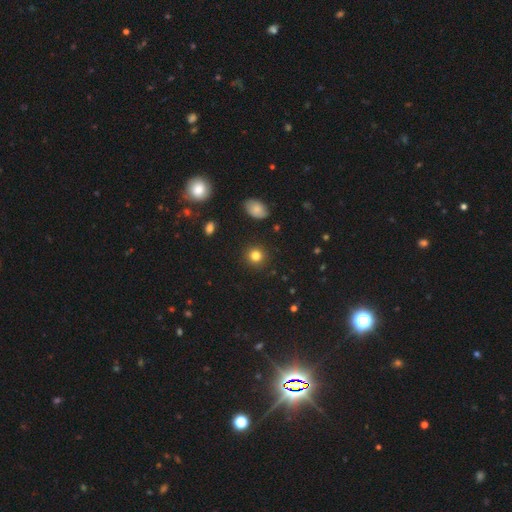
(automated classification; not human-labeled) A smooth galaxy with no disk features (82%) that is round (91%).

Vote fractions:
- Smooth or featured? smooth: 82% / star or artifact: 12% / featured or disk: 6%
- How rounded? round: 91% / in between: 8% / cigar-shaped: 1%
- Merging? none: 91% / minor disturbance: 6% / major disturbance: 2% / merger: 1%